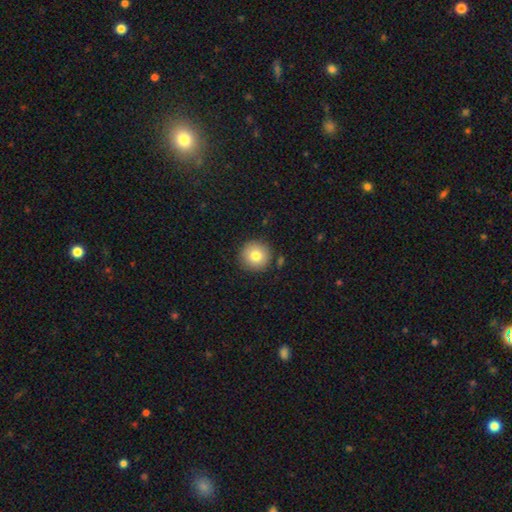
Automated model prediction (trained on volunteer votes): Q: Smooth or featured?
A: smooth (80%); runner-up: featured or disk (11%)
Q: How rounded?
A: round (95%); runner-up: in between (4%)
Q: Merging?
A: none (88%); runner-up: minor disturbance (7%)